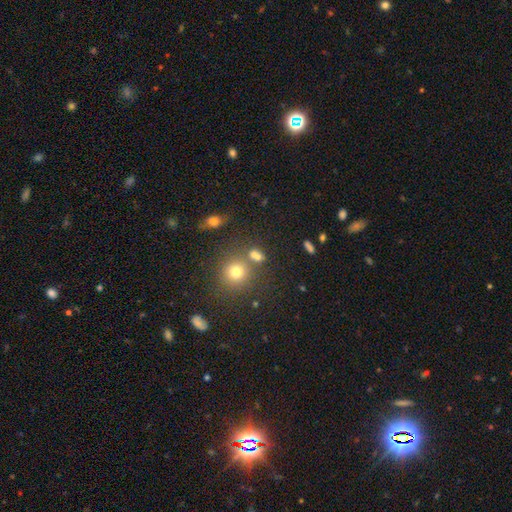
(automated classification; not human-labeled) This appears to be a smooth galaxy with no disk features (67%) that is round (51%). Merging: none (58%).